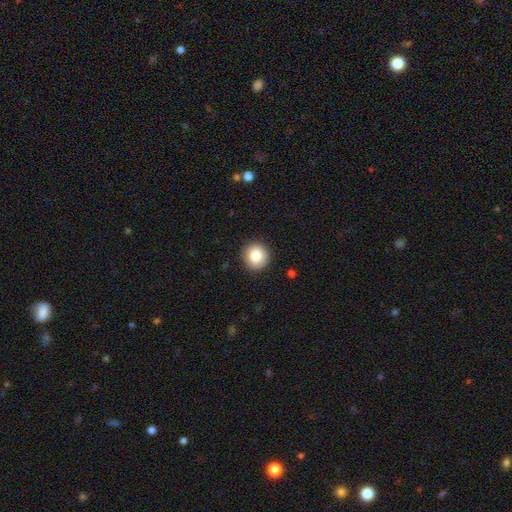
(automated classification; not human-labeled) Smooth or featured: smooth — 82% (featured or disk — 9%)
How rounded: round — 93% (in between — 6%)
Merging: none — 91% (minor disturbance — 6%)